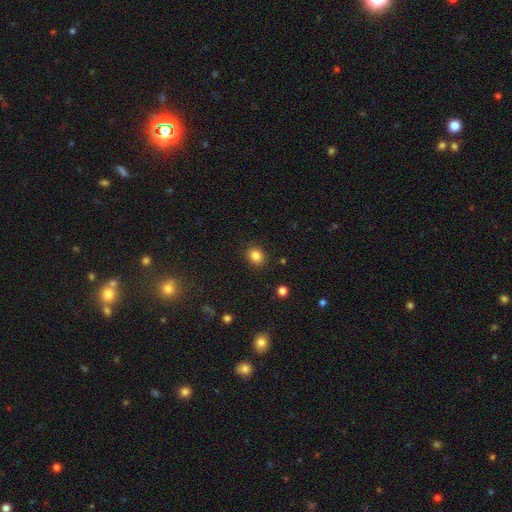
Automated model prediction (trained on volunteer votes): Overall: smooth (84%). How rounded: round (61%; in between 38%). Merging: none (88%).